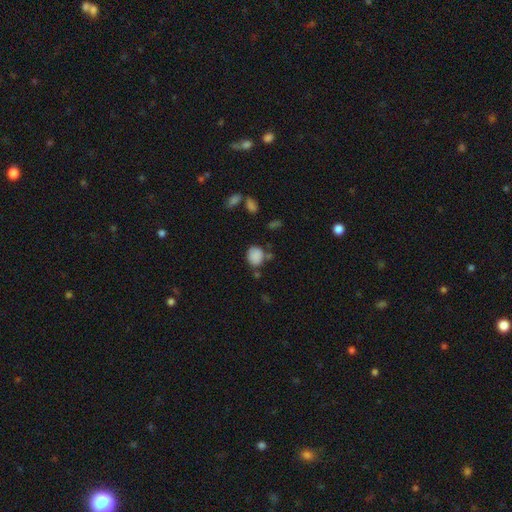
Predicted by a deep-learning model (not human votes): Q: Smooth or featured?
A: smooth (85%); runner-up: star or artifact (10%)
Q: How rounded?
A: round (64%); runner-up: in between (35%)
Q: Merging?
A: none (64%); runner-up: minor disturbance (19%)